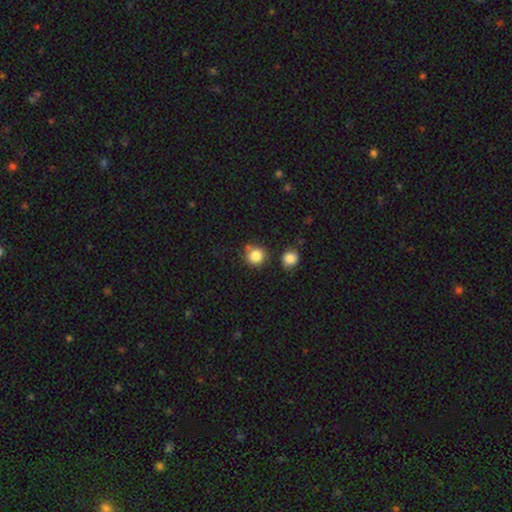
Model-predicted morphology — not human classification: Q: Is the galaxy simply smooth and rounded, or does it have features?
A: smooth — 84%.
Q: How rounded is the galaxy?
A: round — 92%.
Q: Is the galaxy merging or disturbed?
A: none — 75%.